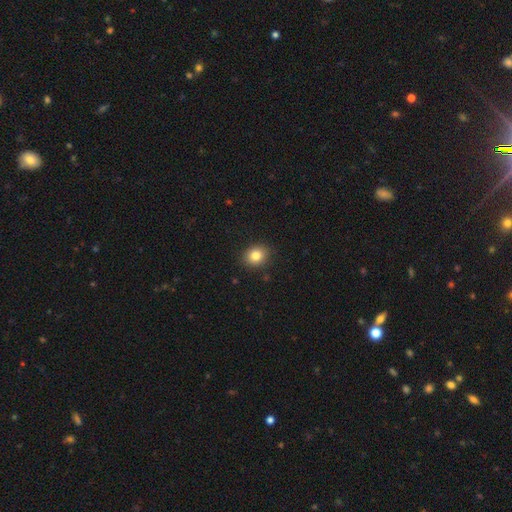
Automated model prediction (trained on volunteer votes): Morphology: type=smooth (82%); roundness=round (62%); merging=none (89%).